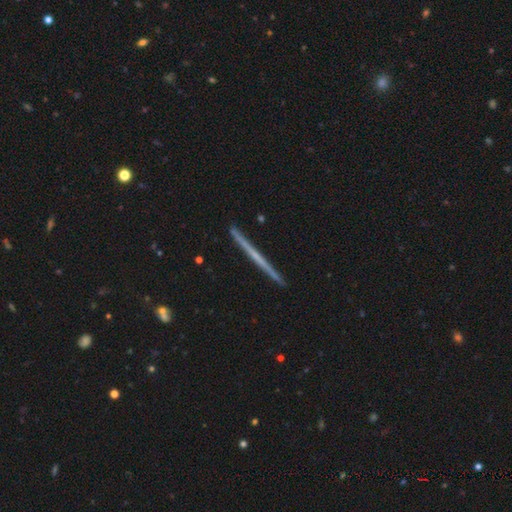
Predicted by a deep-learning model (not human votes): This appears to be a featured or disk galaxy (64%) viewed edge-on (98%) with no central bulge (82%). Merging: none (93%).